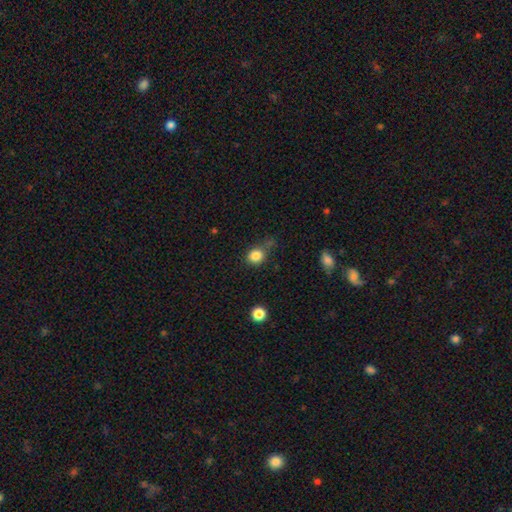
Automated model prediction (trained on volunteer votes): This is clearly a smooth galaxy (84%). How rounded: likely round (77%). Merging: possibly none (60%).